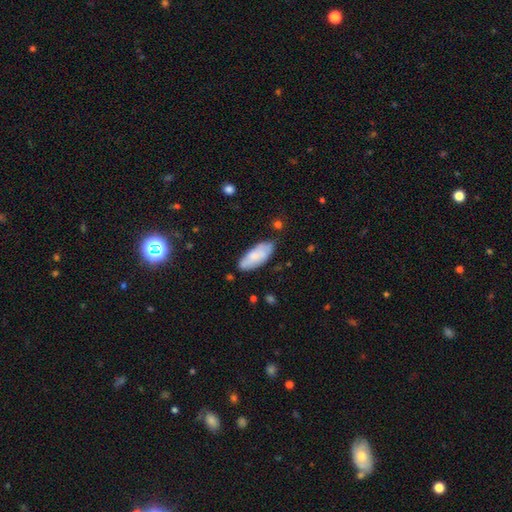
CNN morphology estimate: This is likely a smooth galaxy (72%). How rounded: clearly in between (83%). Merging: likely none (76%).